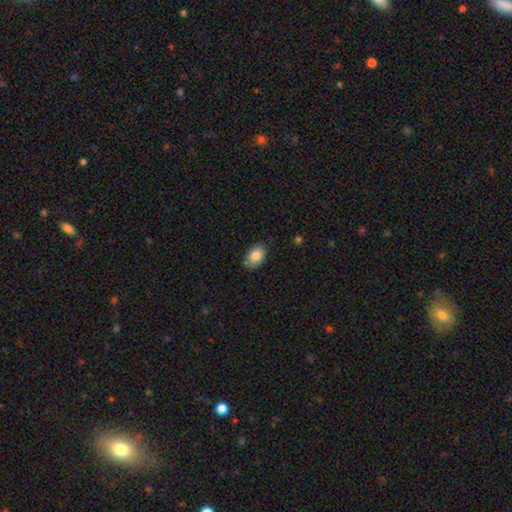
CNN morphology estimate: A smooth galaxy with no disk features (84%) that is in between round and cigar-shaped (85%). Merging: none (79%).